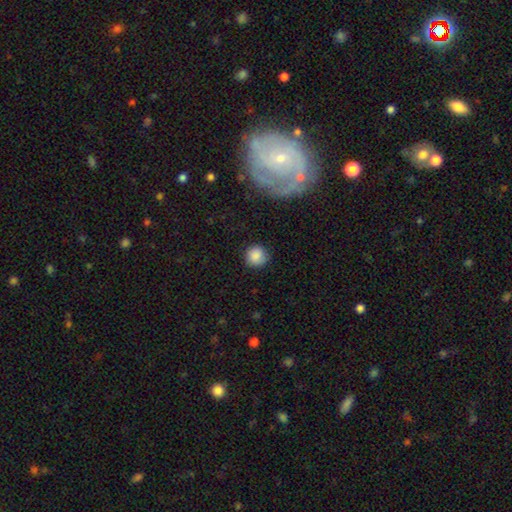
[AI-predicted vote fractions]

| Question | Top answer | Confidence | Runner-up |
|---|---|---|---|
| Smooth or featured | smooth | 87% | star or artifact (9%) |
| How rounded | round | 93% | in between (6%) |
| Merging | none | 85% | minor disturbance (11%) |